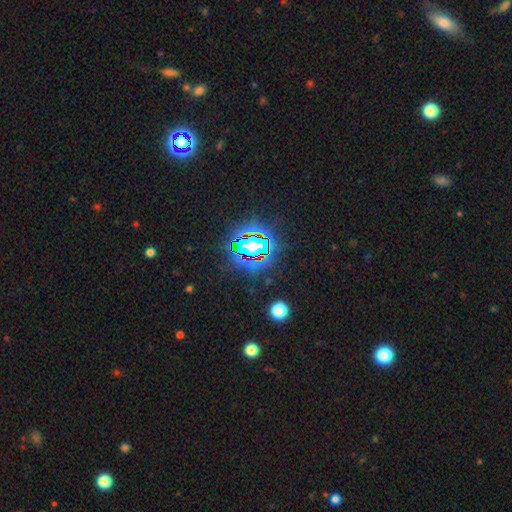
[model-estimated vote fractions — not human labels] Smooth or featured?
  - star or artifact: 80% *
  - smooth: 12%
  - featured or disk: 8%